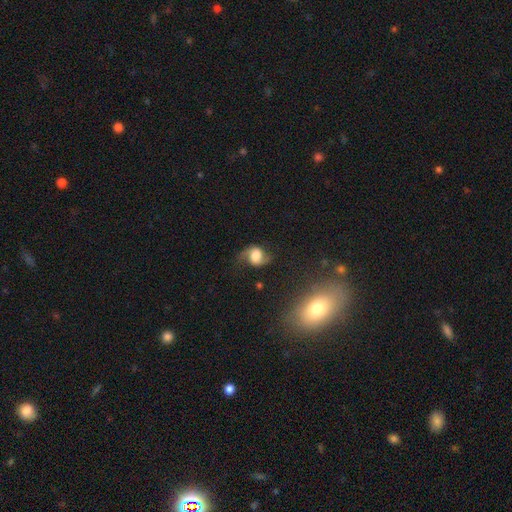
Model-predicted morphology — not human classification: smooth-or-featured: featured or disk: 68% | smooth: 23% | star or artifact: 9%
  disk-edge-on: no: 97% | yes: 3%
    bar: no: 50% | weak: 36% | strong: 14%
    has-spiral-arms: yes: 93% | no: 7%
      spiral-winding: loose: 63% | medium: 30% | tight: 7%
      spiral-arm-count: 2: 89% | 1: 6% | can't tell: 3% | 3: 1% | 4: 1% | more than 4: 1%
    bulge-size: large: 40% | moderate: 32% | dominant: 12% | small: 10% | none: 6%
  merging: none: 62% | minor disturbance: 21% | major disturbance: 14% | merger: 2%